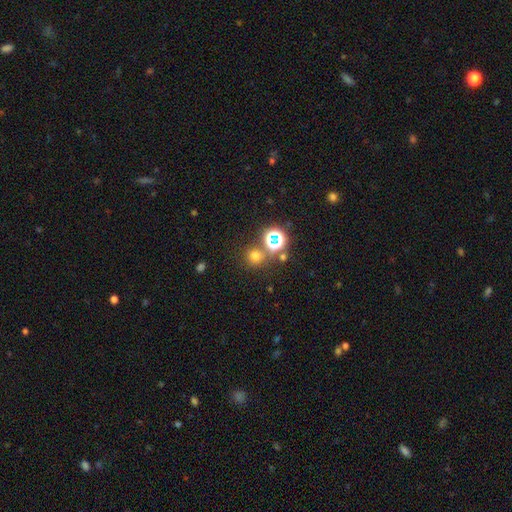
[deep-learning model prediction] Smooth or featured? Predicted: smooth (p=0.65). How rounded? Predicted: round (p=0.90). Merging? Predicted: none (p=0.75).